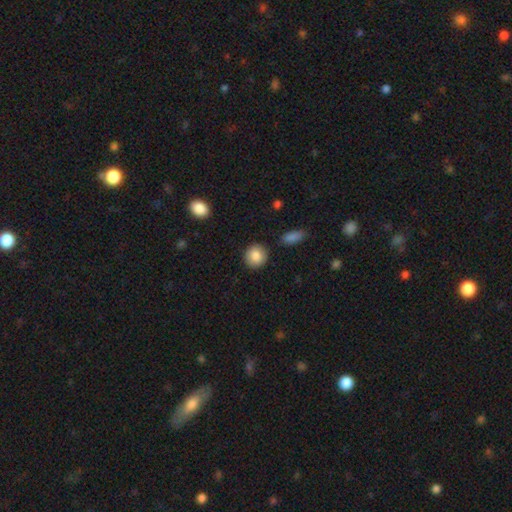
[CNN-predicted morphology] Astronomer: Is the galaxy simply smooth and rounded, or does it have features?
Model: smooth — 87%.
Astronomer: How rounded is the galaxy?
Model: round — 88%.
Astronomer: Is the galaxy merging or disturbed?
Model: none — 88%.